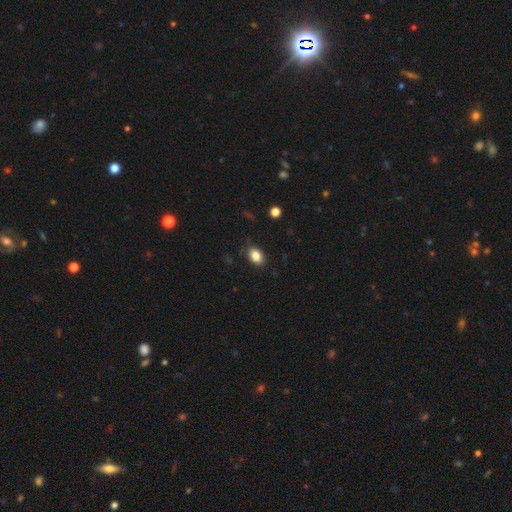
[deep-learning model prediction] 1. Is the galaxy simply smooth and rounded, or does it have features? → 84% smooth, 9% star or artifact, 7% featured or disk.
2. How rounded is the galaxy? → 82% in between, 17% round, 1% cigar-shaped.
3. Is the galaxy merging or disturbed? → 82% none, 14% minor disturbance, 3% major disturbance, 1% merger.